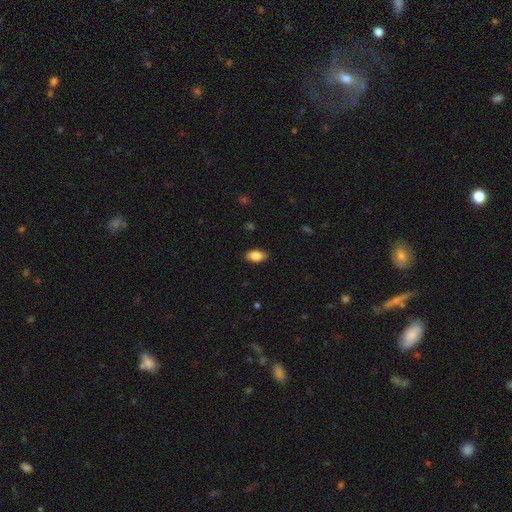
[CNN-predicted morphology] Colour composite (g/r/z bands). It shows a smooth galaxy with no disk features (84%) that is in between round and cigar-shaped (92%). Merging: none (87%).